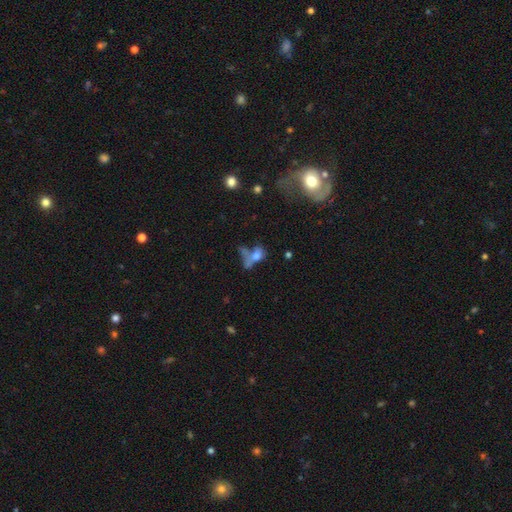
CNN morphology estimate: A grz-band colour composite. It shows a smooth galaxy with no disk features (61%) that is in between round and cigar-shaped (67%). Merging: merger (39%).